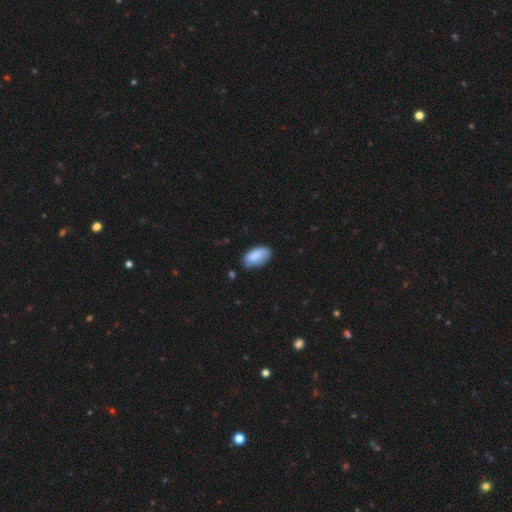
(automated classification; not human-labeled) Q: Smooth or featured?
A: smooth (84%); runner-up: featured or disk (10%)
Q: How rounded?
A: in between (94%); runner-up: cigar-shaped (3%)
Q: Merging?
A: none (60%); runner-up: minor disturbance (31%)